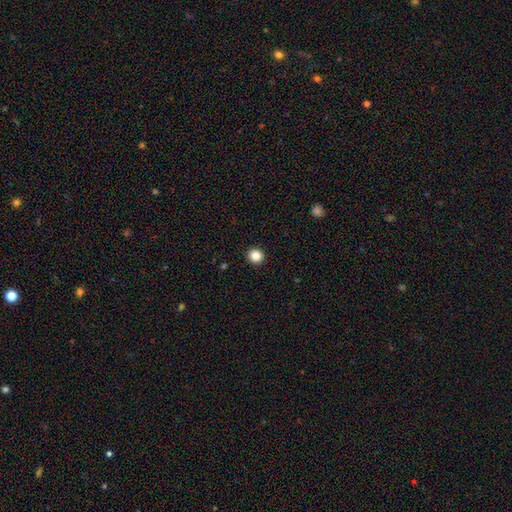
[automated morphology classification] Overall: smooth (85%). How rounded: round (91%). Merging: none (93%).